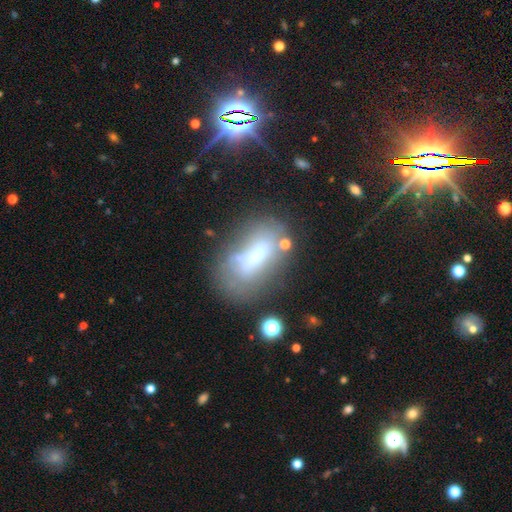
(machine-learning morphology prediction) smooth 45%, featured or disk 42%, star or artifact 13%. Down the decision tree: merging — none (44%).